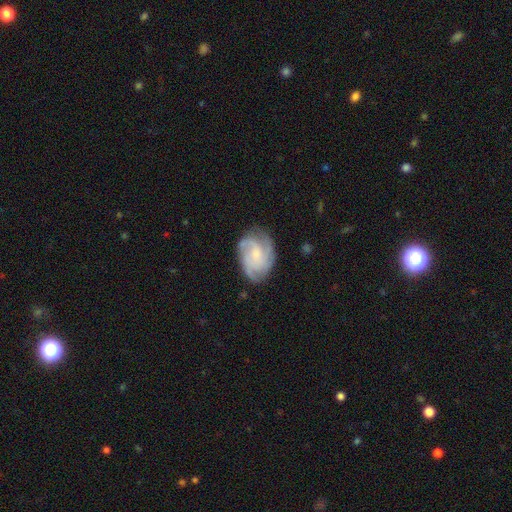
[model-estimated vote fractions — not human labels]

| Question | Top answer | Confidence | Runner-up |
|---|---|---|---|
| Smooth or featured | featured or disk | 78% | smooth (16%) |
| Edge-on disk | no | 98% | yes (2%) |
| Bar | no | 69% | weak (28%) |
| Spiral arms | yes | 95% | no (5%) |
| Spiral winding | tight | 44% | medium (43%) |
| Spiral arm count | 3 | 44% | can't tell (18%) |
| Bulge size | small | 60% | moderate (29%) |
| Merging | none | 70% | minor disturbance (21%) |